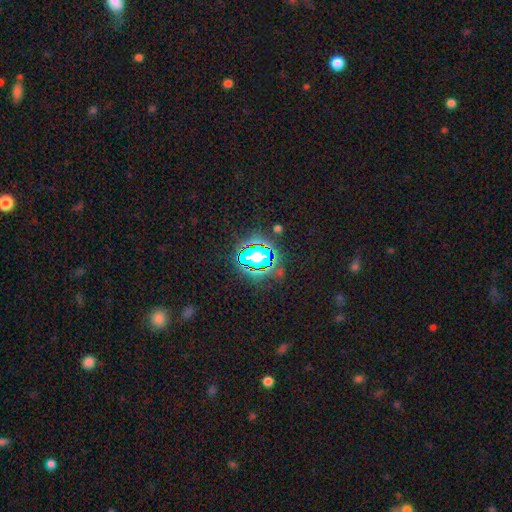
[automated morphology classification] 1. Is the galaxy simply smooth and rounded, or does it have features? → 62% star or artifact, 25% smooth, 12% featured or disk.